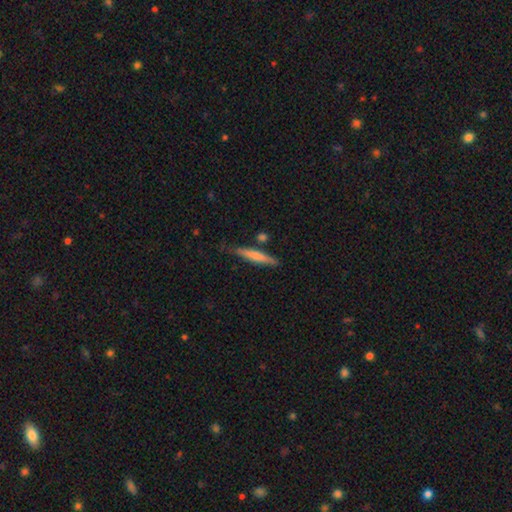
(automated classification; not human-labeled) Smooth or featured? smooth (64%)
How rounded? cigar-shaped (92%)
Merging? none (76%)